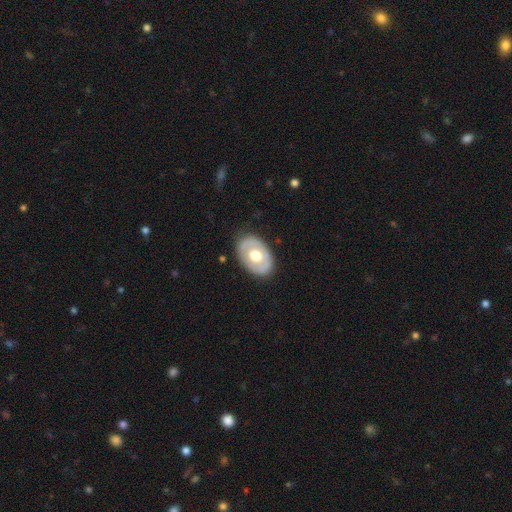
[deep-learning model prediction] featured or disk 50%, smooth 45%, star or artifact 5%. Down the decision tree: edge-on disk — no (91%); merging — none (81%).